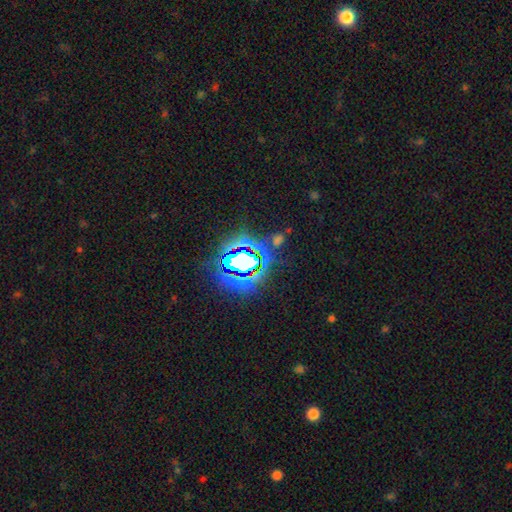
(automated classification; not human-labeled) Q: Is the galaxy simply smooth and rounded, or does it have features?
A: star or artifact — 77%.